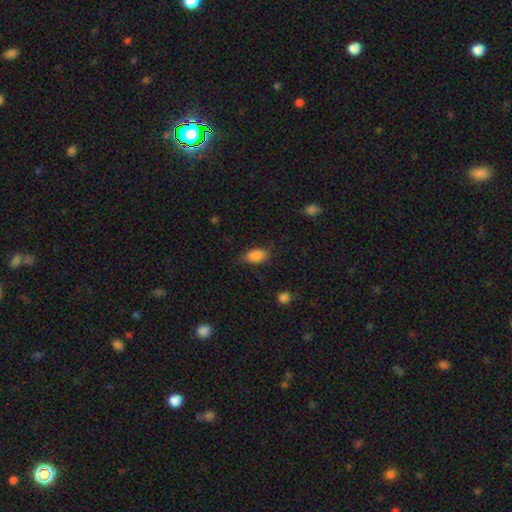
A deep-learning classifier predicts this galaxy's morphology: This appears to be a smooth galaxy with no disk features (86%) that is in between round and cigar-shaped (89%). Merging: none (72%).